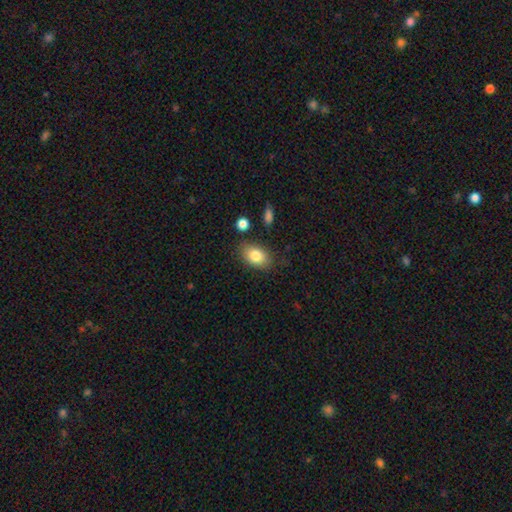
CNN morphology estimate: smooth_or_featured: smooth (p=0.83) [alt: featured or disk p=0.09]
how_rounded: in between (p=0.84) [alt: round p=0.15]
merging: none (p=0.80) [alt: minor disturbance p=0.13]